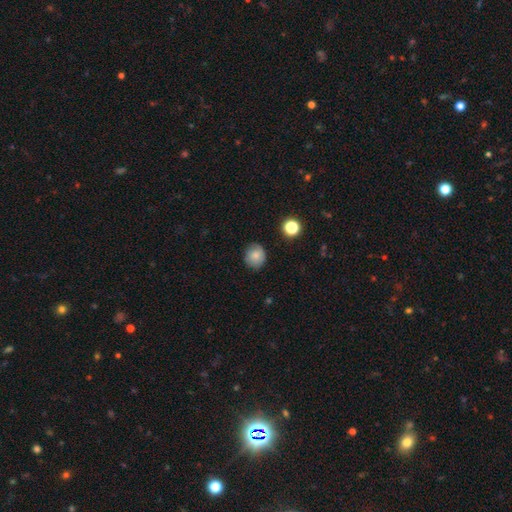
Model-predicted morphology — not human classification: smooth_or_featured: smooth (p=0.79) [alt: featured or disk p=0.11]
how_rounded: round (p=0.82) [alt: in between p=0.17]
merging: none (p=0.82) [alt: minor disturbance p=0.14]